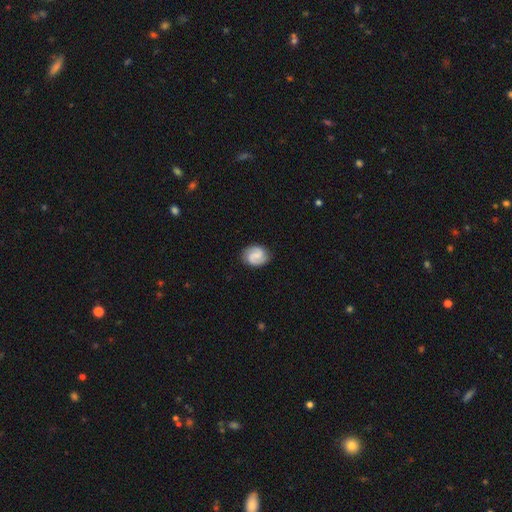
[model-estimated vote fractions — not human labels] This is likely a featured or disk galaxy (69%). It is clearly not viewed edge-on (98%). Bar: possibly weak (52%). Spiral arm pattern: clearly yes (95%). Spiral arm count: clearly 2 (90%). Spiral winding: possibly medium (47%). Central bulge: marginally small (38%, tied with none). Merging: clearly none (85%).